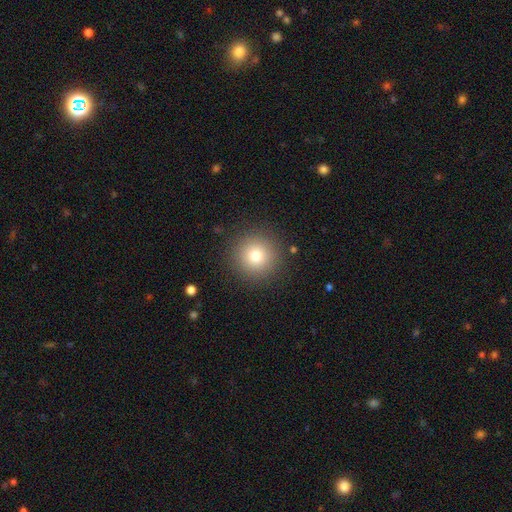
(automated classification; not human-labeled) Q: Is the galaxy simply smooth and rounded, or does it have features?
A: smooth — 79%.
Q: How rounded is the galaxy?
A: round — 96%.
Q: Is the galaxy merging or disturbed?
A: none — 90%.